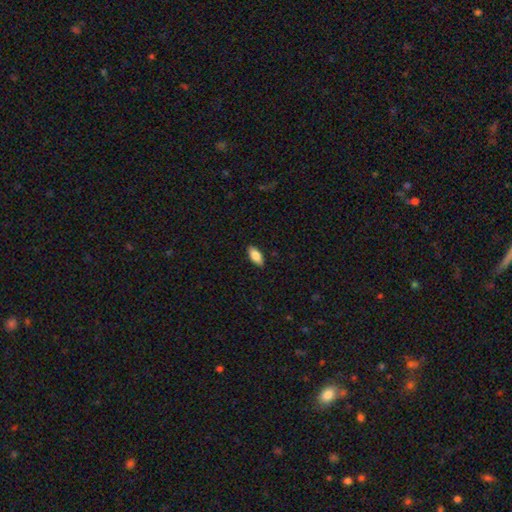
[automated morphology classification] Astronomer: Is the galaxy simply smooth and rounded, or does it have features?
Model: smooth — 79%.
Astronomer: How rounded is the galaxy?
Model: in between — 87%.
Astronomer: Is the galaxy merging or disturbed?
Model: none — 88%.